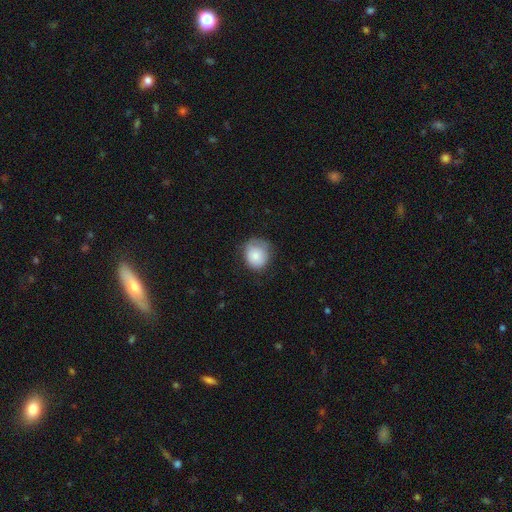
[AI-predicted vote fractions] Smooth or featured? smooth (82%)
How rounded? round (76%)
Merging? none (61%)